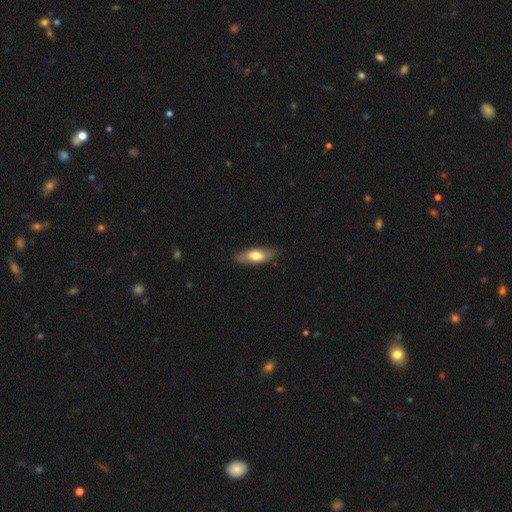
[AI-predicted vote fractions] Smooth or featured: smooth — 69% (featured or disk — 25%)
How rounded: in between — 72% (cigar-shaped — 25%)
Merging: none — 84% (minor disturbance — 12%)